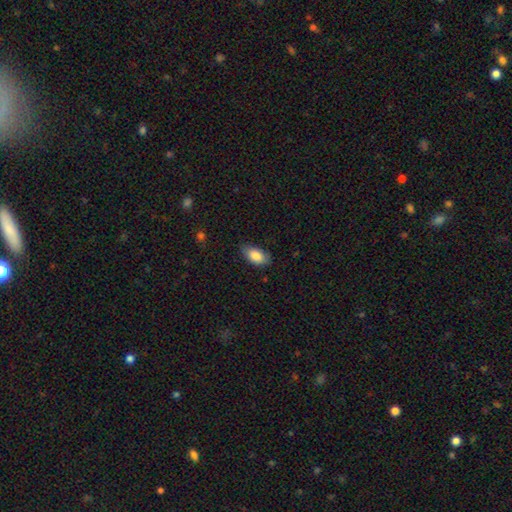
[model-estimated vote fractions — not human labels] Smooth or featured: smooth — 85% (featured or disk — 8%)
How rounded: in between — 92% (round — 5%)
Merging: none — 74% (minor disturbance — 22%)